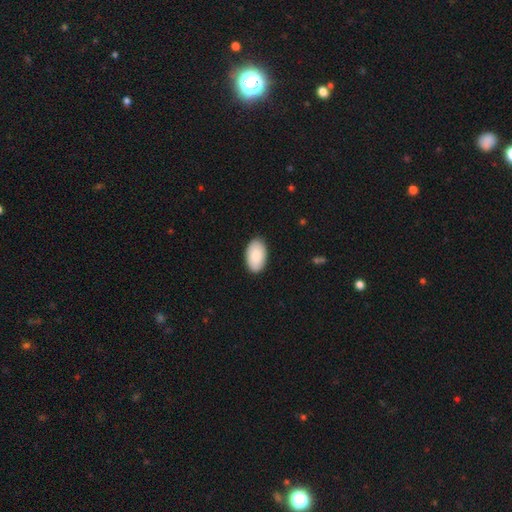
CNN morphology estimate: Smooth or featured? smooth (89%)
How rounded? in between (95%)
Merging? none (89%)